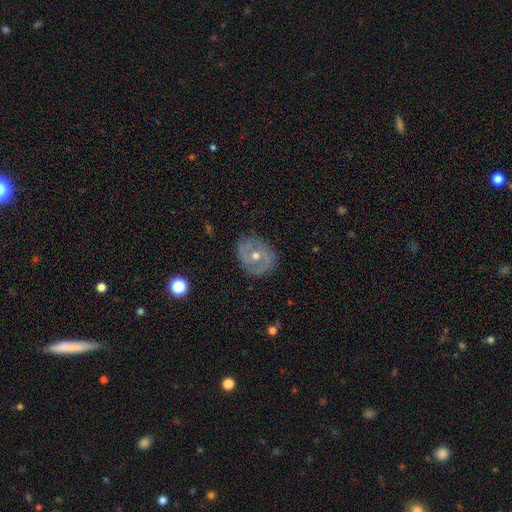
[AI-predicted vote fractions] smooth_or_featured: featured or disk (p=0.68) [alt: smooth p=0.24]
disk_edge_on: no (p=0.95) [alt: yes p=0.05]
bar: no (p=0.75) [alt: weak p=0.19]
has_spiral_arms: yes (p=0.51) [alt: no p=0.49]
bulge_size: moderate (p=0.64) [alt: small p=0.32]
merging: none (p=0.79) [alt: minor disturbance p=0.15]